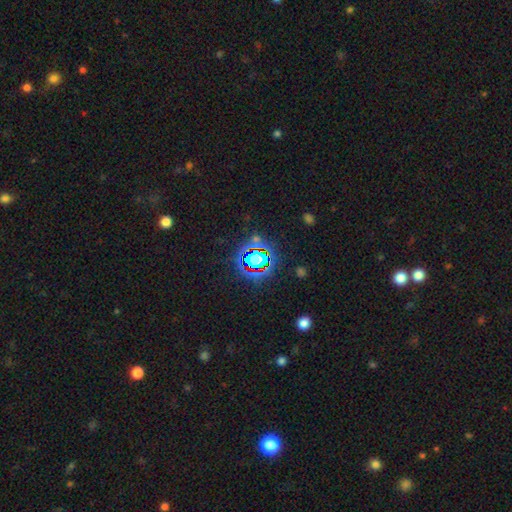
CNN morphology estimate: Overall: star or artifact (79%).